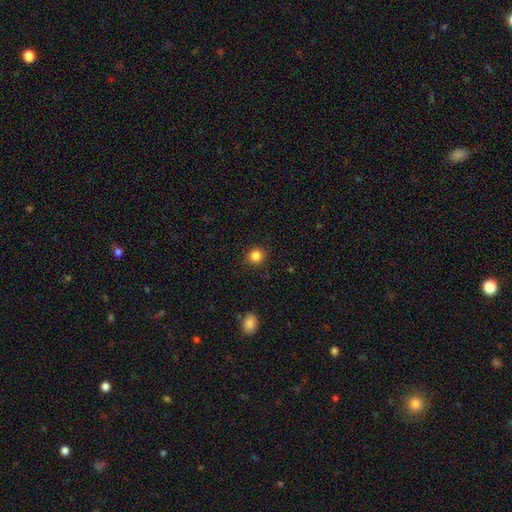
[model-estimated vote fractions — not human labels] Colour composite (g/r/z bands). It shows a smooth galaxy with no disk features (85%) that is round (89%). Merging: none (90%).